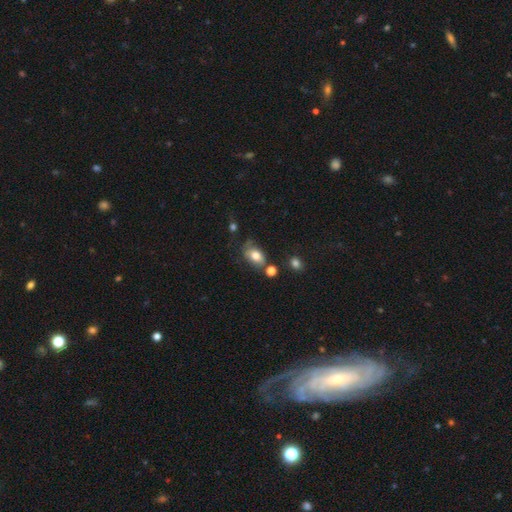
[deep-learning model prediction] smooth_or_featured: smooth (p=0.76) [alt: featured or disk p=0.14]
how_rounded: in between (p=0.85) [alt: round p=0.13]
merging: none (p=0.53) [alt: minor disturbance p=0.26]